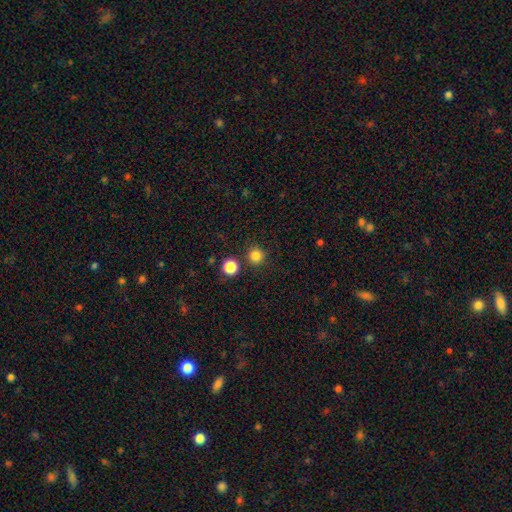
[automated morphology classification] The model was most divided on "smooth or featured": smooth: 83%, star or artifact: 13%, featured or disk: 4%. More confident: how rounded — round (95%); merging — none (86%).